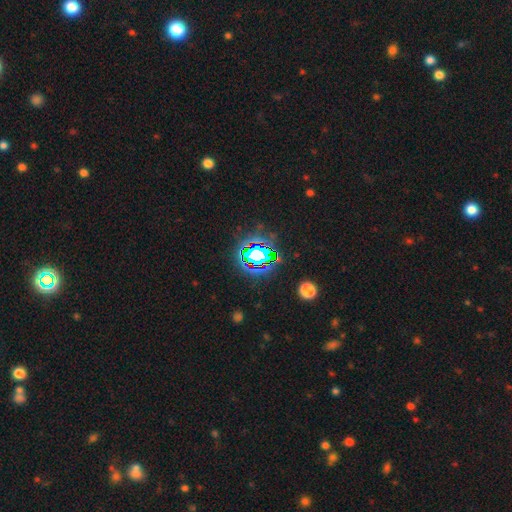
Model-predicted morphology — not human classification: The model was most divided on "smooth or featured": star or artifact: 74%, smooth: 14%, featured or disk: 12%.